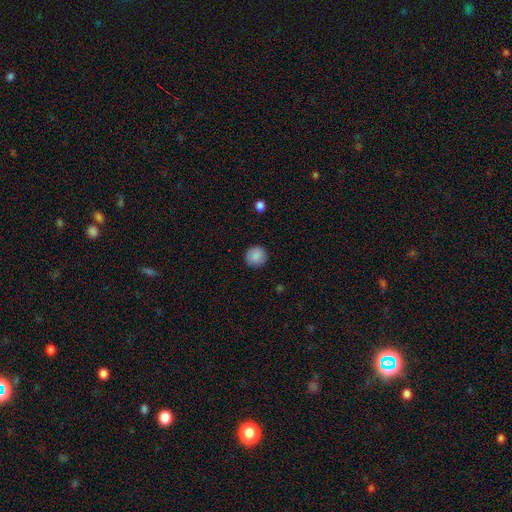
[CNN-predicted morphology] smooth_or_featured: smooth (p=0.88) [alt: star or artifact p=0.08]
how_rounded: round (p=0.93) [alt: in between p=0.06]
merging: none (p=0.89) [alt: minor disturbance p=0.08]